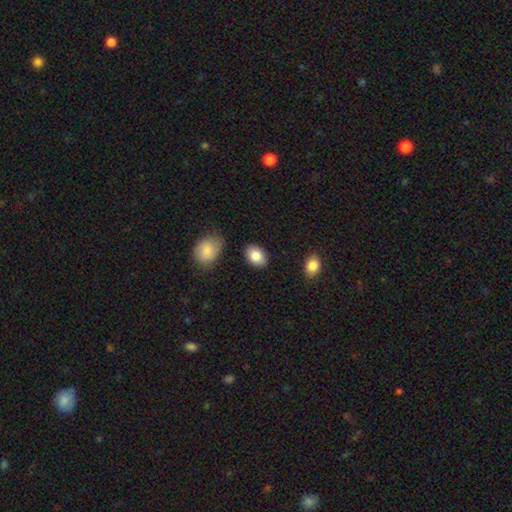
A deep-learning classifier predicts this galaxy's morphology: smooth-or-featured: smooth: 84% | featured or disk: 9% | star or artifact: 7%
  how-rounded: in between: 82% | round: 17% | cigar-shaped: 1%
  merging: none: 84% | minor disturbance: 11% | merger: 3% | major disturbance: 3%